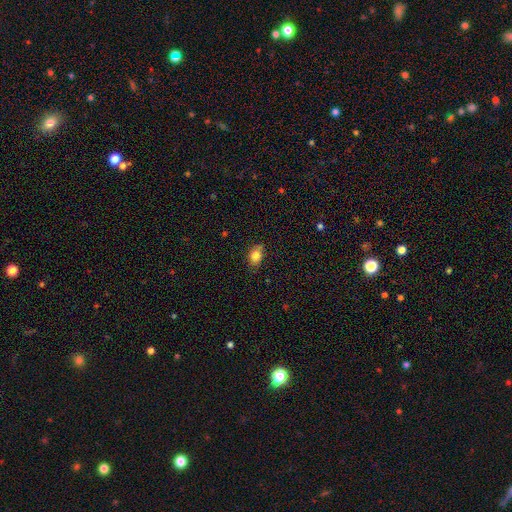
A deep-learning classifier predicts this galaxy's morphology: A smooth galaxy with no disk features (82%) that is in between round and cigar-shaped (65%).

Vote fractions:
- Smooth or featured? smooth: 82% / star or artifact: 10% / featured or disk: 8%
- How rounded? in between: 65% / round: 34% / cigar-shaped: 2%
- Merging? none: 73% / minor disturbance: 20% / major disturbance: 4% / merger: 3%